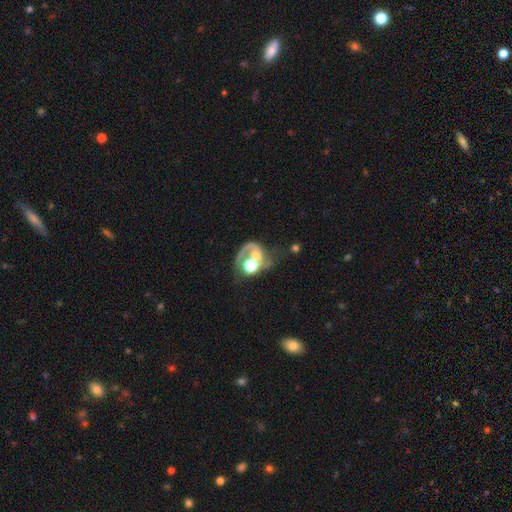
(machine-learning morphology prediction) smooth_or_featured: featured or disk (p=0.63) [alt: smooth p=0.24]
disk_edge_on: no (p=0.97) [alt: yes p=0.03]
bar: no (p=0.73) [alt: weak p=0.20]
has_spiral_arms: yes (p=0.72) [alt: no p=0.28]
bulge_size: moderate (p=0.50) [alt: large p=0.21]
merging: merger (p=0.40) [alt: major disturbance p=0.26]